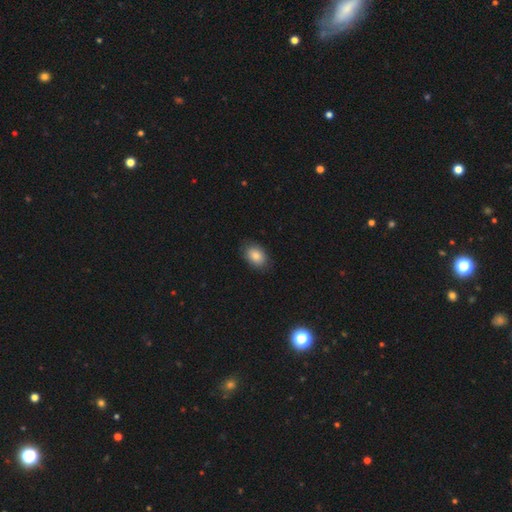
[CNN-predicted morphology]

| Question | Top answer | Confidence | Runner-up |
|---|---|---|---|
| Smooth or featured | smooth | 83% | star or artifact (8%) |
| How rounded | in between | 78% | round (21%) |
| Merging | none | 85% | minor disturbance (11%) |